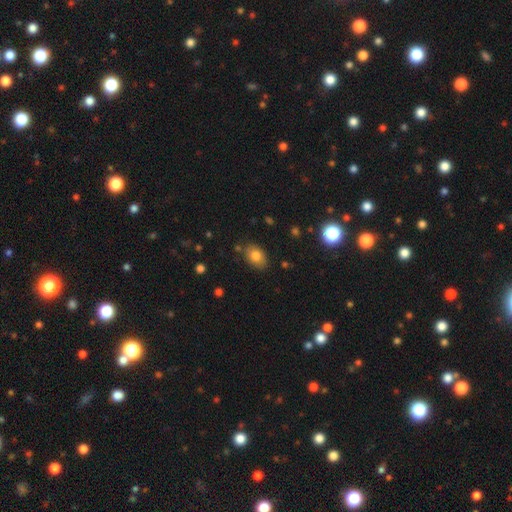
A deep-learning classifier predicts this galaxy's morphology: A smooth galaxy with no disk features (80%) that is in between round and cigar-shaped (83%).

Vote fractions:
- Smooth or featured? smooth: 80% / featured or disk: 10% / star or artifact: 10%
- How rounded? in between: 83% / round: 16% / cigar-shaped: 1%
- Merging? none: 81% / minor disturbance: 13% / major disturbance: 3% / merger: 3%